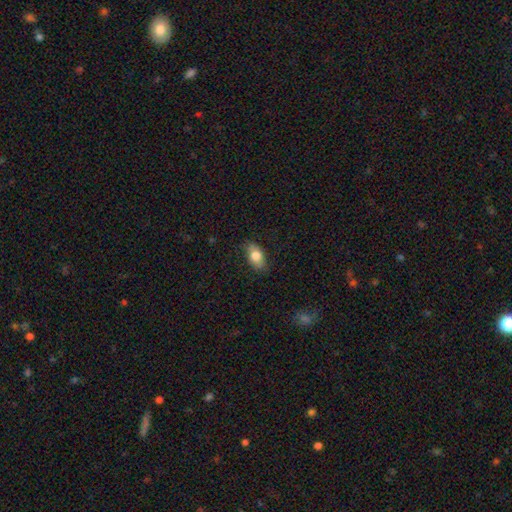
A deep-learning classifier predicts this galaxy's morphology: Smooth or featured? smooth (79%)
How rounded? in between (87%)
Merging? none (79%)